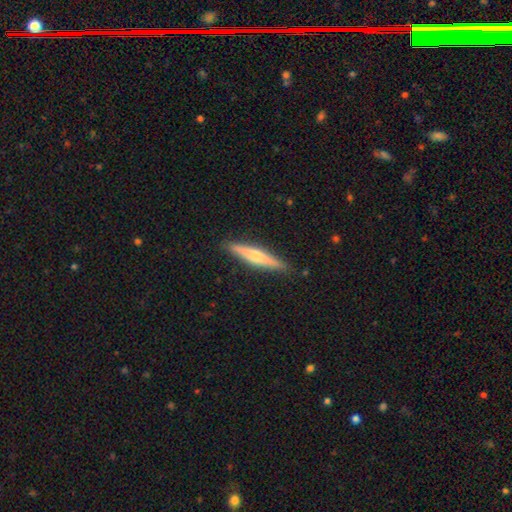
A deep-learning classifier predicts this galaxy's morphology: A featured or disk galaxy (50%). Merging: none (89%).